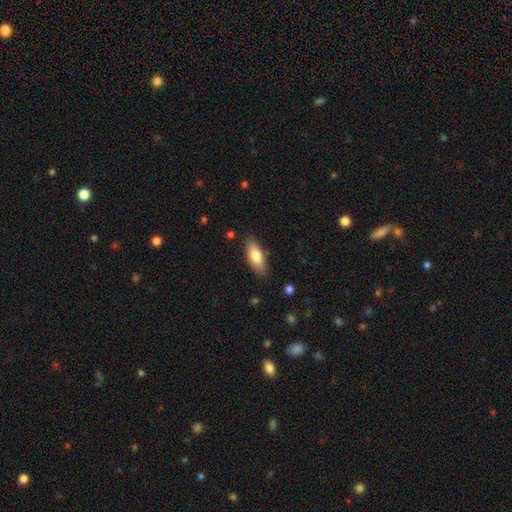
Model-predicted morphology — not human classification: This appears to be a smooth galaxy with no disk features (79%) that is in between round and cigar-shaped (72%). Merging: none (84%).